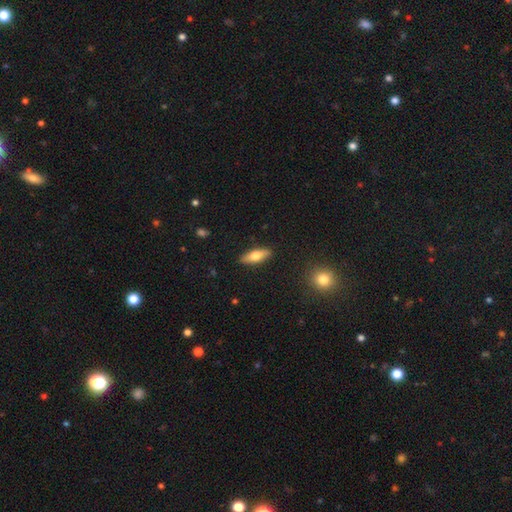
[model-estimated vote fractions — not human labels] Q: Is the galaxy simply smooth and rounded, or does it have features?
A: smooth — 64%.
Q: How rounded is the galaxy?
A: in between — 60%.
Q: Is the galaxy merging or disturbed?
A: none — 89%.